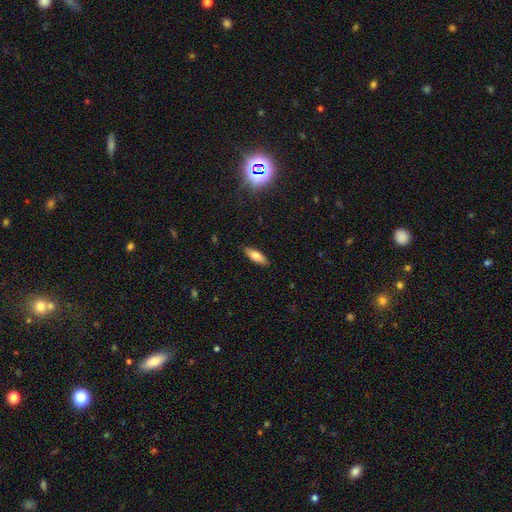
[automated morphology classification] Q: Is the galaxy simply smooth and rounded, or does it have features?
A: smooth — 73%.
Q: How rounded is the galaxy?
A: in between — 67%.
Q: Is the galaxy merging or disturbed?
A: none — 88%.